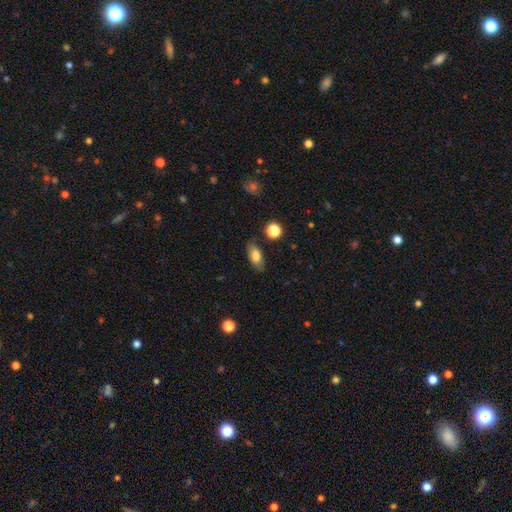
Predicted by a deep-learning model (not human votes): This is likely a smooth galaxy (76%). How rounded: clearly in between (84%). Merging: clearly none (81%).